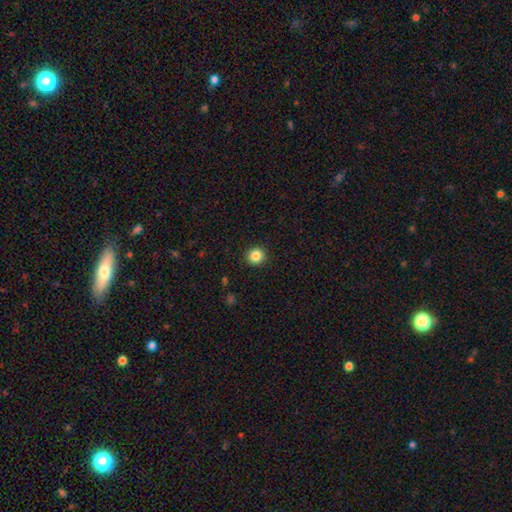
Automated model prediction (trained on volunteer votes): This appears to be a smooth galaxy with no disk features (85%) that is round (92%). Merging: none (92%).